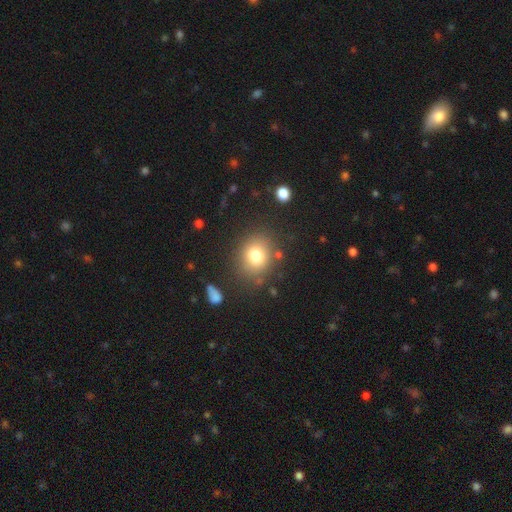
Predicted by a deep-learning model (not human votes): smooth_or_featured: smooth (p=0.77) [alt: star or artifact p=0.13]
how_rounded: round (p=0.70) [alt: in between p=0.30]
merging: none (p=0.80) [alt: minor disturbance p=0.11]